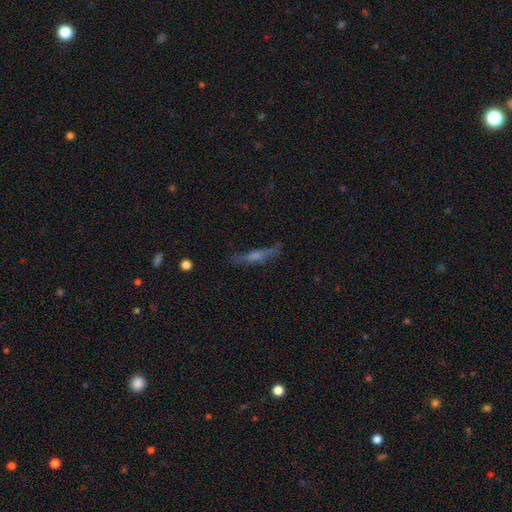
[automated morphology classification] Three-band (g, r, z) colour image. It shows a featured or disk galaxy (60%) viewed edge-on (90%) with a rounded central bulge (73%). Merging: none (77%).